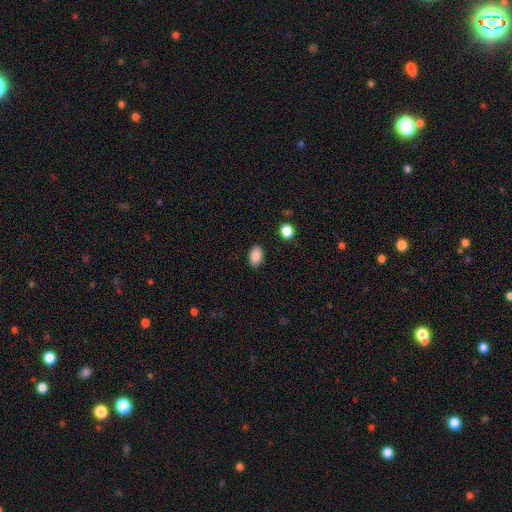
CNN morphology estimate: A smooth galaxy with no disk features (88%) that is in between round and cigar-shaped (88%). Merging: none (87%).